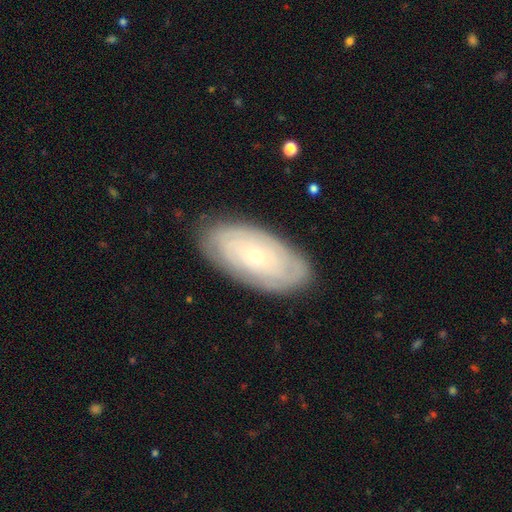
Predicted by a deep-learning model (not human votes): This is likely a featured or disk galaxy (64%). It is clearly not viewed edge-on (92%). Bar: clearly no (88%). Spiral arm pattern: likely yes (69%). Central bulge: likely small (78%). Merging: clearly none (82%).